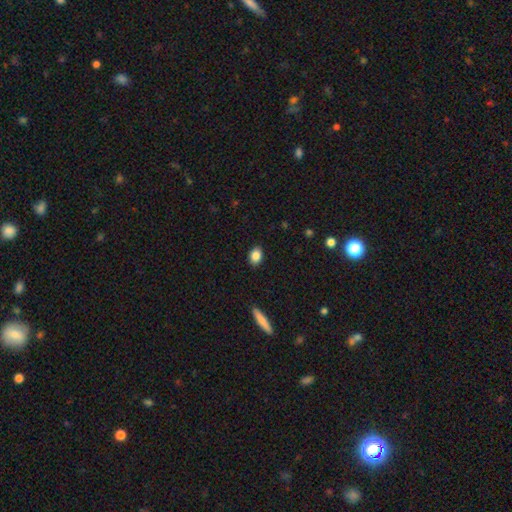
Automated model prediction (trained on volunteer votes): Smooth or featured? Predicted: smooth (p=0.86). How rounded? Predicted: in between (p=0.75). Merging? Predicted: none (p=0.89).